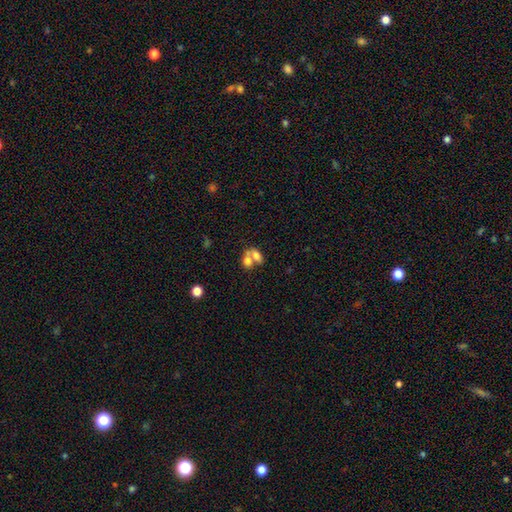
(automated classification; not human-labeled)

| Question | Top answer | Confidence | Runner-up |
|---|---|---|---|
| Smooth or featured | smooth | 70% | featured or disk (20%) |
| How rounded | in between | 79% | round (18%) |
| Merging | merger | 68% | none (21%) |